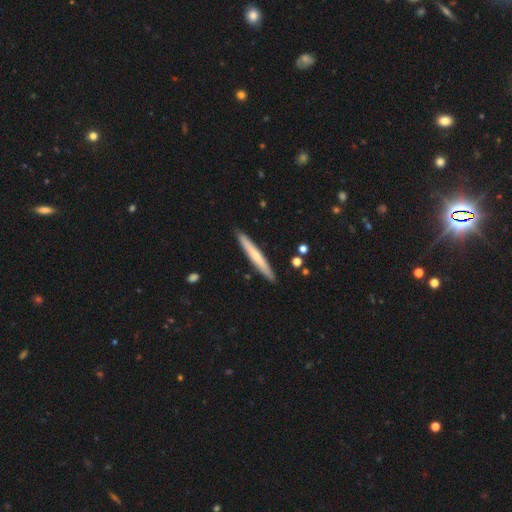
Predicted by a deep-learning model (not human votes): Smooth or featured?
  - smooth: 55% *
  - featured or disk: 40%
  - star or artifact: 5%
How rounded?
  - cigar-shaped: 96% *
  - in between: 3%
  - round: 1%
Merging?
  - none: 91% *
  - minor disturbance: 7%
  - merger: 1%
  - major disturbance: 1%